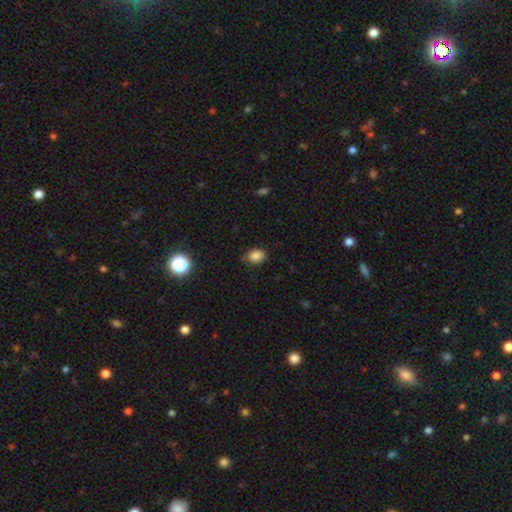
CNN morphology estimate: Smooth or featured? Predicted: smooth (p=0.84). How rounded? Predicted: in between (p=0.55). Merging? Predicted: none (p=0.69).